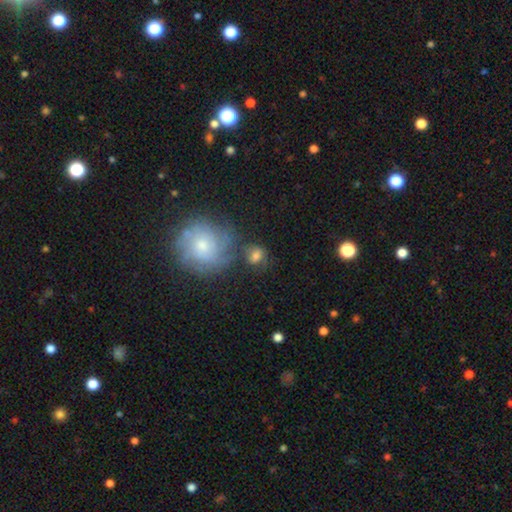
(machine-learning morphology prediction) This is likely a smooth galaxy (60%). How rounded: possibly round (59%). Merging: possibly none (52%).